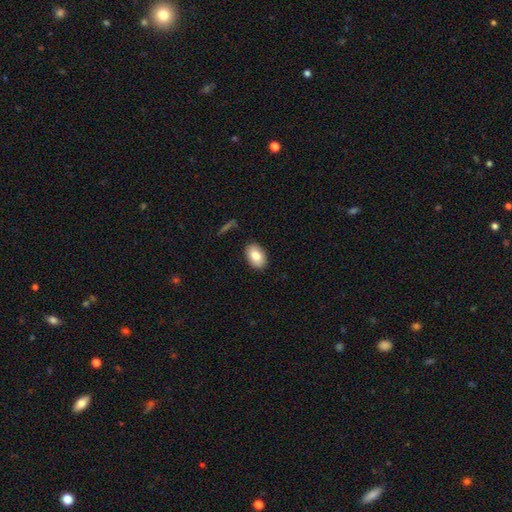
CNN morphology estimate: smooth 81%, featured or disk 11%, star or artifact 7%. Down the decision tree: how rounded — in between (87%); merging — none (88%).